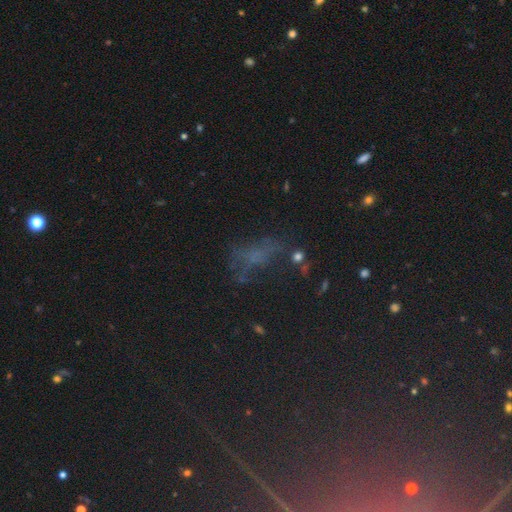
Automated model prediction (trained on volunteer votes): A star or artifact, not a galaxy (45%).

Vote fractions:
- Smooth or featured? star or artifact: 45% / smooth: 33% / featured or disk: 22%